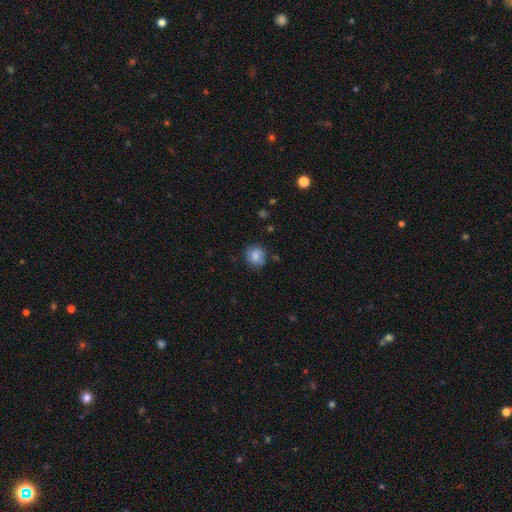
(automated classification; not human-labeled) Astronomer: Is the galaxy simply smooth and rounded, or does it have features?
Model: smooth — 78%.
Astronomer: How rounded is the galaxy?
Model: round — 83%.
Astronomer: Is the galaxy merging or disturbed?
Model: none — 77%.